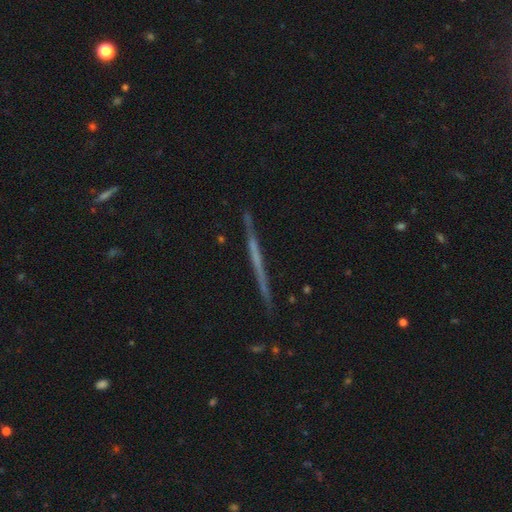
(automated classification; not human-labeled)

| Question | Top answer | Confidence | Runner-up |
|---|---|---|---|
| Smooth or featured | featured or disk | 63% | smooth (30%) |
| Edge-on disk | yes | 98% | no (2%) |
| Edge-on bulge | none | 90% | rounded (6%) |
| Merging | none | 90% | minor disturbance (8%) |